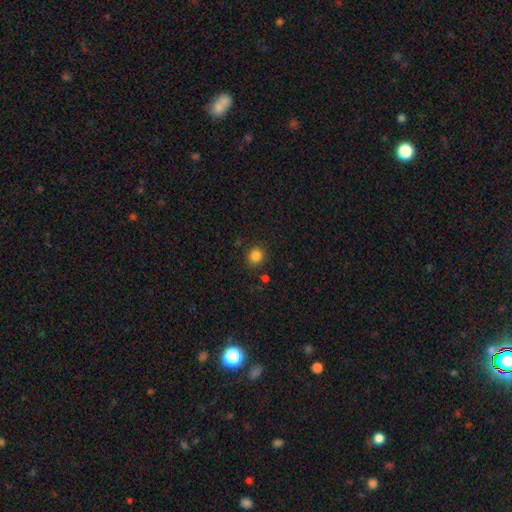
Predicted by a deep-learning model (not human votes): The model was most divided on "how rounded": round: 84%, in between: 15%, cigar-shaped: 1%. More confident: merging — none (87%); smooth or featured — smooth (84%).